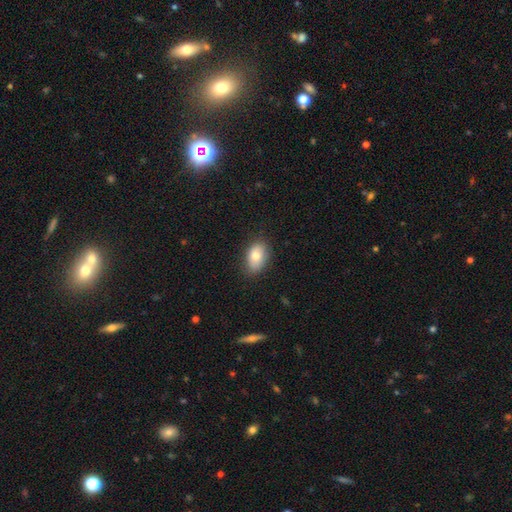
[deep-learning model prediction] smooth-or-featured: smooth: 77% | featured or disk: 15% | star or artifact: 8%
  how-rounded: in between: 86% | round: 12% | cigar-shaped: 1%
  merging: none: 82% | minor disturbance: 14% | major disturbance: 3% | merger: 1%